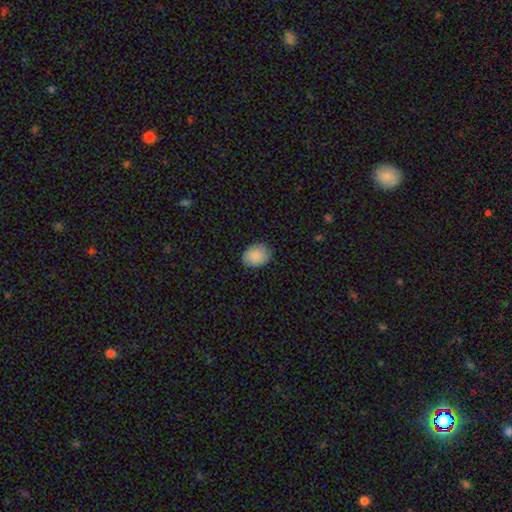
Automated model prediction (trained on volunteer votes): This is clearly a smooth galaxy (85%). How rounded: likely in between (61%). Merging: clearly none (82%).